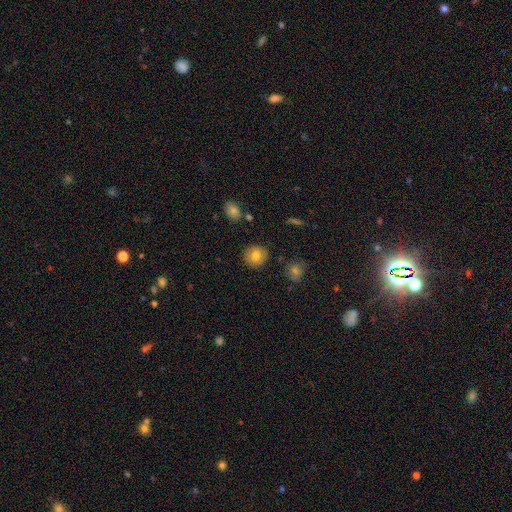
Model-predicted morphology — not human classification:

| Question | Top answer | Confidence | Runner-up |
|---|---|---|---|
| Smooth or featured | smooth | 77% | featured or disk (15%) |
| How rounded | round | 88% | in between (11%) |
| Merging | none | 89% | minor disturbance (8%) |